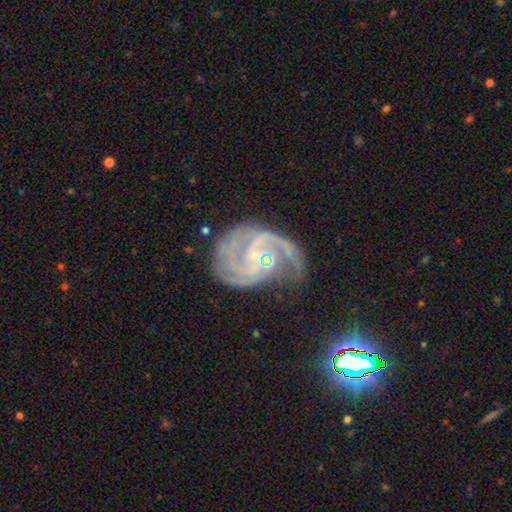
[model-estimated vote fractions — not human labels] Overall: featured or disk (89%). Edge-on disk: no (98%). Bar: weak (43%; no 42%). Spiral arms: yes (97%). Spiral arm count: 2 (35%; 3 28%). Spiral winding: medium (48%; tight 37%). Bulge size: small (79%). Merging: none (45%; minor disturbance 23%).